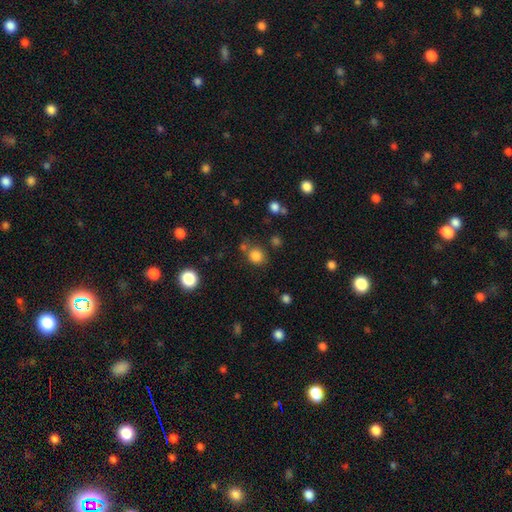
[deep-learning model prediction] smooth 82%, star or artifact 13%, featured or disk 5%. Down the decision tree: how rounded — round (82%); merging — none (72%).